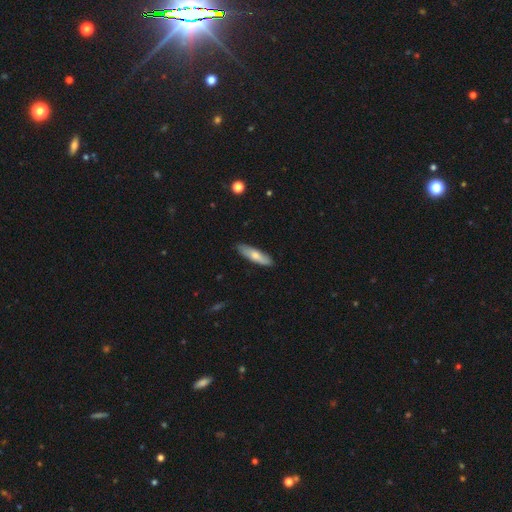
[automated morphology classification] smooth 68%, featured or disk 26%, star or artifact 6%. Down the decision tree: how rounded — cigar-shaped (67%); merging — none (88%).